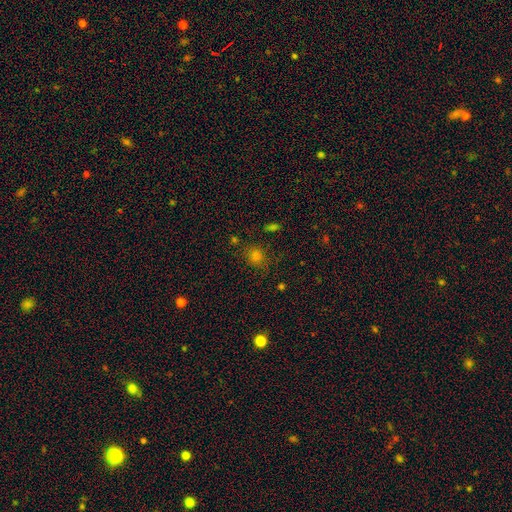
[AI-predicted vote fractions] Smooth or featured?
  - smooth: 70% *
  - star or artifact: 24%
  - featured or disk: 6%
How rounded?
  - round: 73% *
  - in between: 26%
  - cigar-shaped: 1%
Merging?
  - none: 80% *
  - minor disturbance: 13%
  - major disturbance: 4%
  - merger: 3%